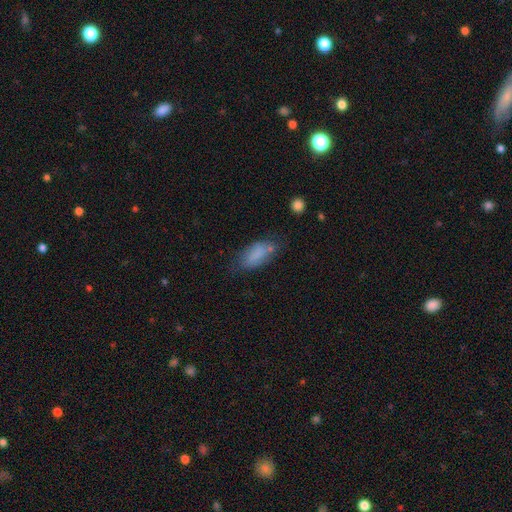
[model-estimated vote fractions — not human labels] Smooth or featured?
  - smooth: 78% *
  - featured or disk: 13%
  - star or artifact: 9%
How rounded?
  - in between: 84% *
  - cigar-shaped: 13%
  - round: 3%
Merging?
  - none: 56% *
  - minor disturbance: 27%
  - major disturbance: 10%
  - merger: 6%